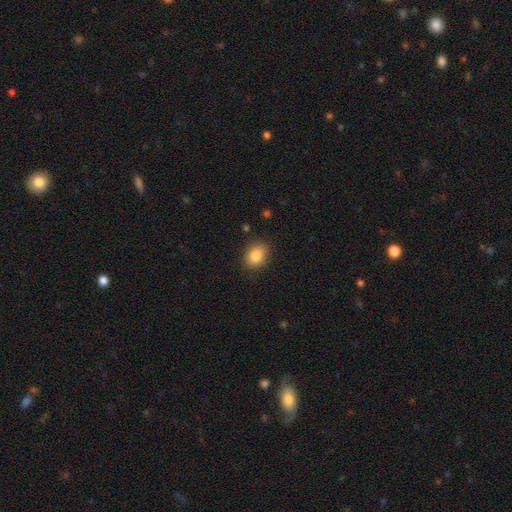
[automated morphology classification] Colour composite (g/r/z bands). It shows a smooth galaxy with no disk features (85%) that is in between round and cigar-shaped (65%). Merging: none (85%).